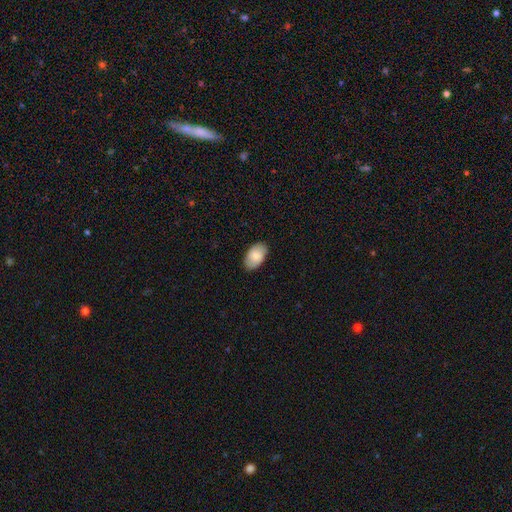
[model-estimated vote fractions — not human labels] A smooth galaxy with no disk features (80%) that is in between round and cigar-shaped (94%).

Vote fractions:
- Smooth or featured? smooth: 80% / featured or disk: 14% / star or artifact: 6%
- How rounded? in between: 94% / round: 5% / cigar-shaped: 1%
- Merging? none: 86% / minor disturbance: 11% / major disturbance: 2% / merger: 1%